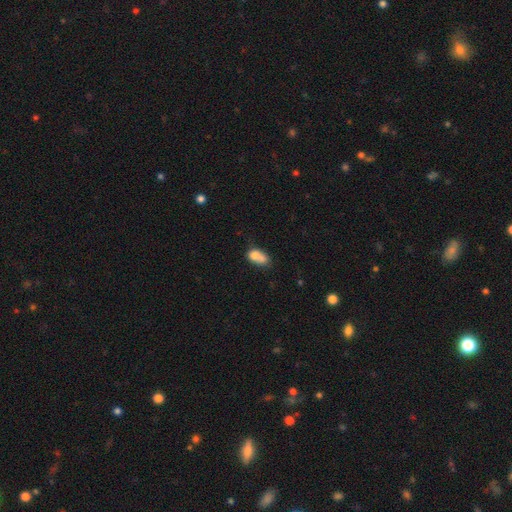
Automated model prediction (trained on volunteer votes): Q: Smooth or featured?
A: smooth (72%); runner-up: featured or disk (18%)
Q: How rounded?
A: in between (73%); runner-up: round (24%)
Q: Merging?
A: merger (44%); runner-up: none (26%)